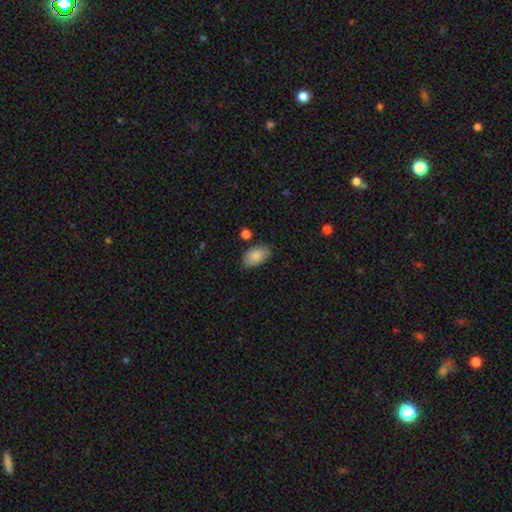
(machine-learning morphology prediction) A smooth galaxy with no disk features (87%) that is in between round and cigar-shaped (93%).

Vote fractions:
- Smooth or featured? smooth: 87% / star or artifact: 7% / featured or disk: 6%
- How rounded? in between: 93% / round: 6% / cigar-shaped: 1%
- Merging? none: 78% / minor disturbance: 16% / merger: 3% / major disturbance: 3%